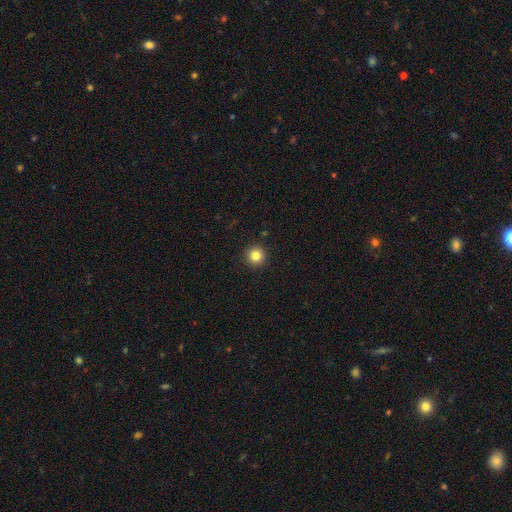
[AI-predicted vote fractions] A smooth galaxy with no disk features (82%) that is round (96%). Merging: none (93%).